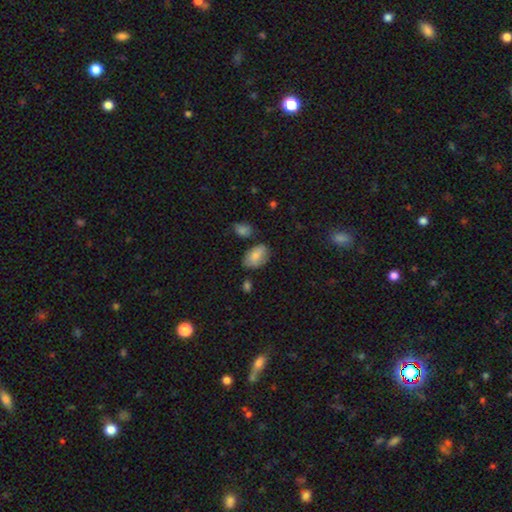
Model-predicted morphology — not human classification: Q: Smooth or featured?
A: smooth (80%); runner-up: featured or disk (13%)
Q: How rounded?
A: in between (90%); runner-up: round (8%)
Q: Merging?
A: none (68%); runner-up: minor disturbance (22%)